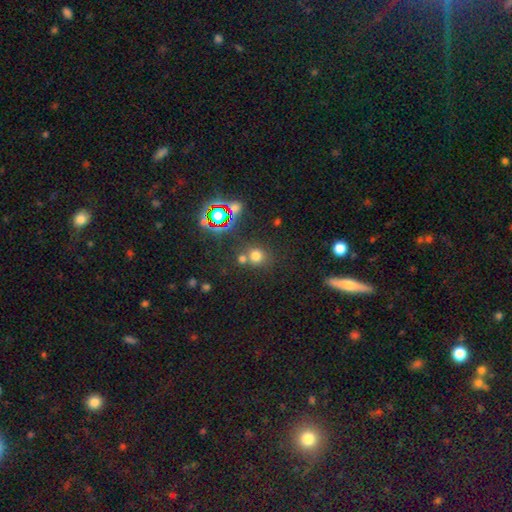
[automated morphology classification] Overall: smooth (68%). How rounded: round (85%). Merging: none (62%; merger 24%).